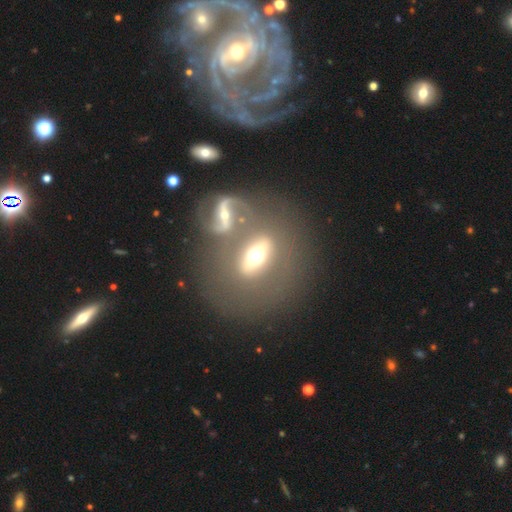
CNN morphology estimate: Smooth or featured? Predicted: featured or disk (p=0.60). Edge-on disk? Predicted: no (p=0.75). Merging? Predicted: merger (p=0.41).